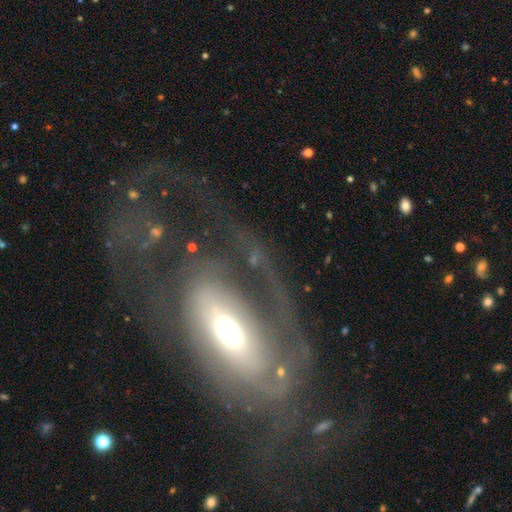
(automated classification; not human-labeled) Morphology: type=featured or disk (75%); edge-on=no (92%); bar=no (55%); spiral arms=yes (71%); bulge=moderate (59%); merging=major disturbance (43%).